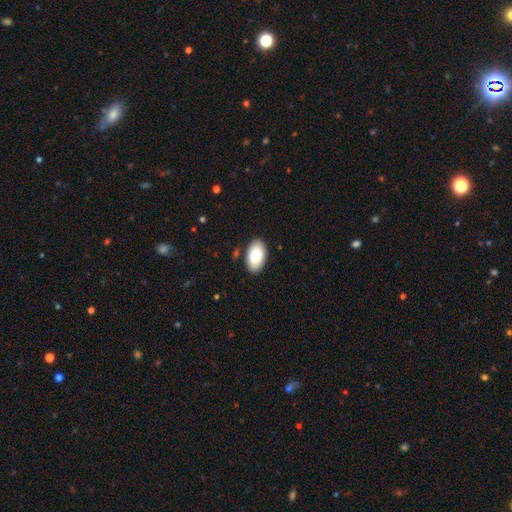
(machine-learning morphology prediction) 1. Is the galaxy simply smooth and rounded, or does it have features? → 87% smooth, 7% featured or disk, 6% star or artifact.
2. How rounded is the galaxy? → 95% in between, 3% round, 1% cigar-shaped.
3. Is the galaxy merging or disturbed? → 87% none, 9% minor disturbance, 2% major disturbance, 1% merger.